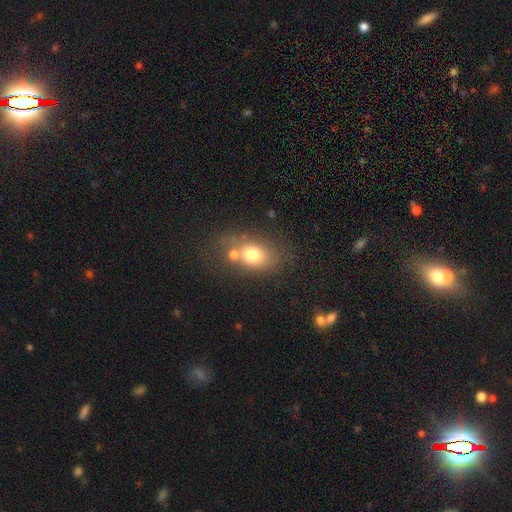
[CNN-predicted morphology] This appears to be a smooth galaxy with no disk features (73%) that is in between round and cigar-shaped (68%). Merging: none (50%).